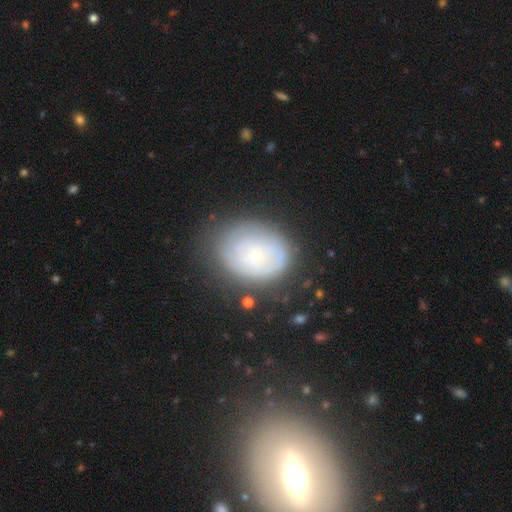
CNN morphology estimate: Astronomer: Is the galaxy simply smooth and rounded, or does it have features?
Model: smooth — 48% (runner-up: featured or disk, 43%).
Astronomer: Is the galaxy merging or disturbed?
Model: none — 67%.